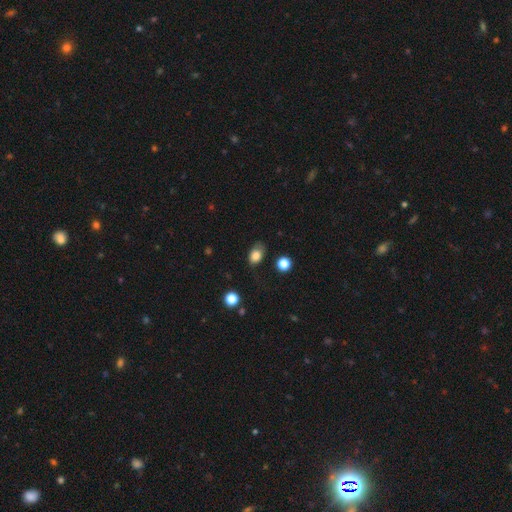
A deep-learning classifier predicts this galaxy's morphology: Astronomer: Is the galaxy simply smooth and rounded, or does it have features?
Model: smooth — 81%.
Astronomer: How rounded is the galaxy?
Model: in between — 72%.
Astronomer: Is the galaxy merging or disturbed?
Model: none — 59%.